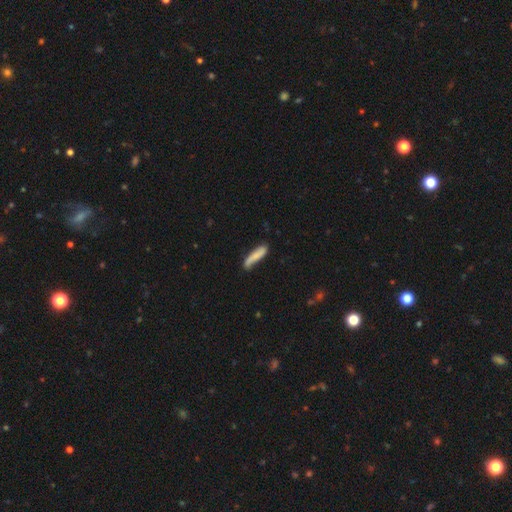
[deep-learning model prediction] smooth-or-featured: smooth: 75% | featured or disk: 19% | star or artifact: 6%
  how-rounded: cigar-shaped: 82% | in between: 17% | round: 2%
  merging: none: 65% | minor disturbance: 26% | major disturbance: 6% | merger: 4%